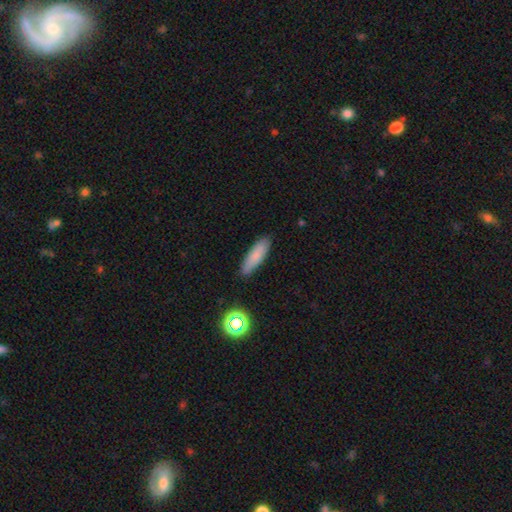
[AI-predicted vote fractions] Q: Smooth or featured?
A: smooth (81%); runner-up: featured or disk (11%)
Q: How rounded?
A: cigar-shaped (58%); runner-up: in between (40%)
Q: Merging?
A: none (85%); runner-up: minor disturbance (11%)